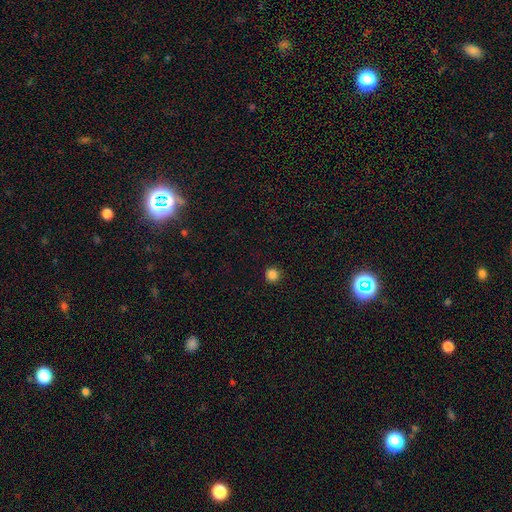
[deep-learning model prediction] Smooth or featured?
  - smooth: 79% *
  - star or artifact: 17%
  - featured or disk: 3%
How rounded?
  - round: 94% *
  - in between: 5%
  - cigar-shaped: 1%
Merging?
  - none: 92% *
  - minor disturbance: 5%
  - major disturbance: 2%
  - merger: 1%